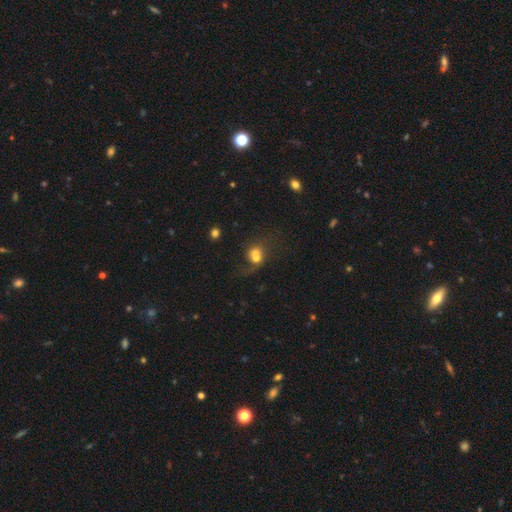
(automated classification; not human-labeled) Smooth or featured? Predicted: smooth (p=0.59). How rounded? Predicted: round (p=0.68). Merging? Predicted: merger (p=0.71).